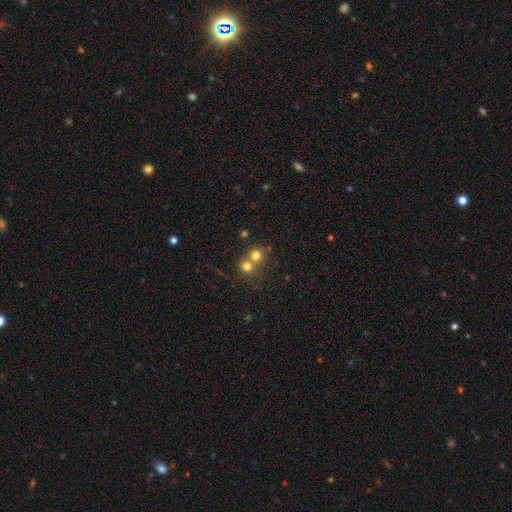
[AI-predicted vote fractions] Smooth or featured?
  - smooth: 74% *
  - star or artifact: 15%
  - featured or disk: 11%
How rounded?
  - round: 88% *
  - in between: 11%
  - cigar-shaped: 1%
Merging?
  - merger: 48% *
  - none: 45%
  - minor disturbance: 5%
  - major disturbance: 2%